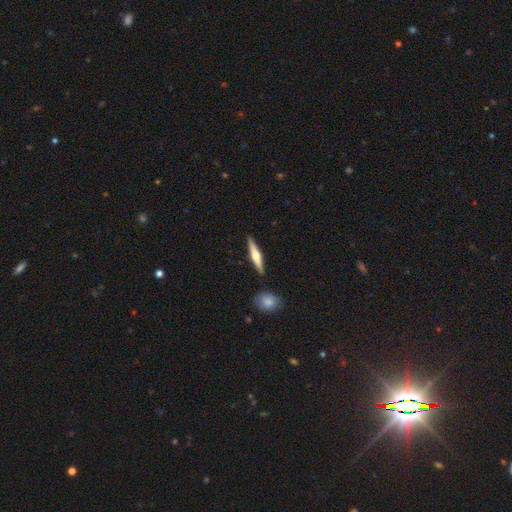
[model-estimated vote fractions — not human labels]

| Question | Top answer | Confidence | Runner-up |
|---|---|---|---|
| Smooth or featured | featured or disk | 56% | smooth (38%) |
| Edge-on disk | yes | 96% | no (4%) |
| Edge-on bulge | rounded | 90% | boxy (5%) |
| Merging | none | 88% | minor disturbance (7%) |